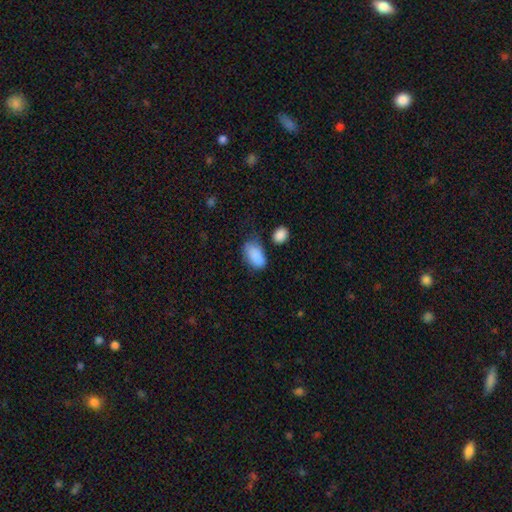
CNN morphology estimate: The model was most divided on "merging": none: 57%, minor disturbance: 26%, major disturbance: 9%, merger: 8%. More confident: how rounded — in between (92%); smooth or featured — smooth (87%).